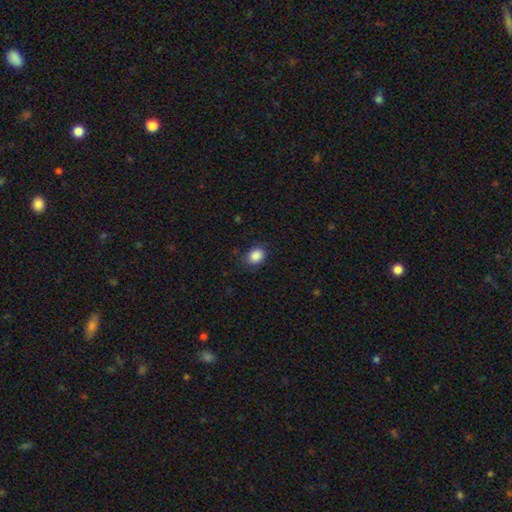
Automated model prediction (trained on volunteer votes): A smooth galaxy with no disk features (87%) that is in between round and cigar-shaped (56%).

Vote fractions:
- Smooth or featured? smooth: 87% / star or artifact: 9% / featured or disk: 3%
- How rounded? in between: 56% / round: 43% / cigar-shaped: 1%
- Merging? none: 81% / minor disturbance: 14% / major disturbance: 4% / merger: 1%